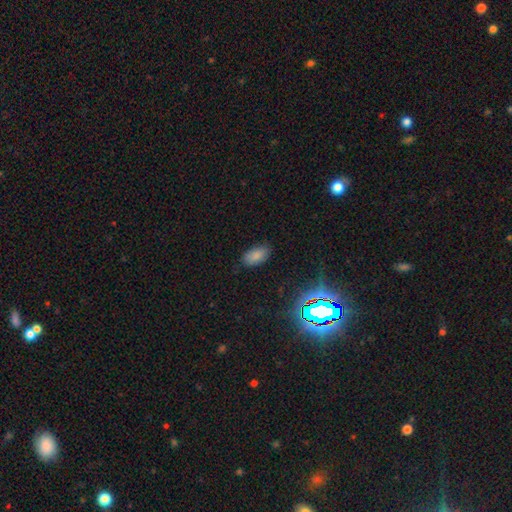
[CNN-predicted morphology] Smooth or featured?
  - smooth: 80% *
  - star or artifact: 13%
  - featured or disk: 6%
How rounded?
  - in between: 93% *
  - round: 4%
  - cigar-shaped: 3%
Merging?
  - none: 82% *
  - minor disturbance: 14%
  - major disturbance: 3%
  - merger: 1%